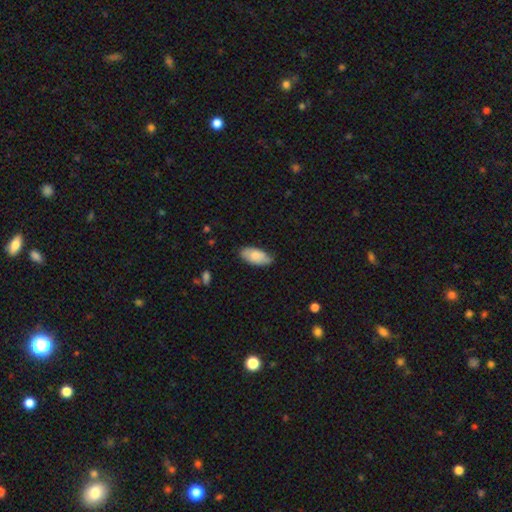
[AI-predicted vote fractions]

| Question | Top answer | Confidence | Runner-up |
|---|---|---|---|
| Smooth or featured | smooth | 79% | featured or disk (15%) |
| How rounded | in between | 93% | cigar-shaped (5%) |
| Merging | none | 71% | minor disturbance (24%) |